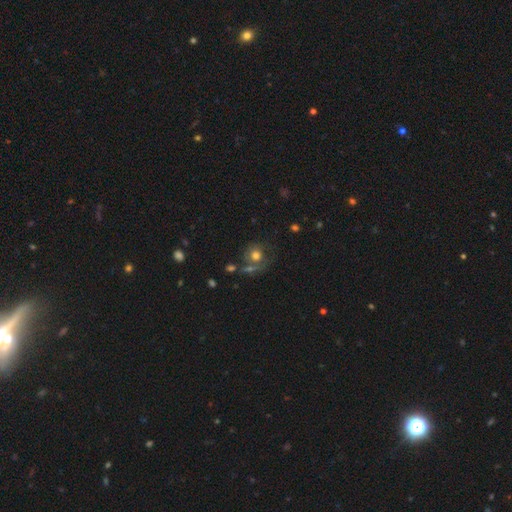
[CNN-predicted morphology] type=smooth (66%); roundness=round (84%); merging=none (52%).